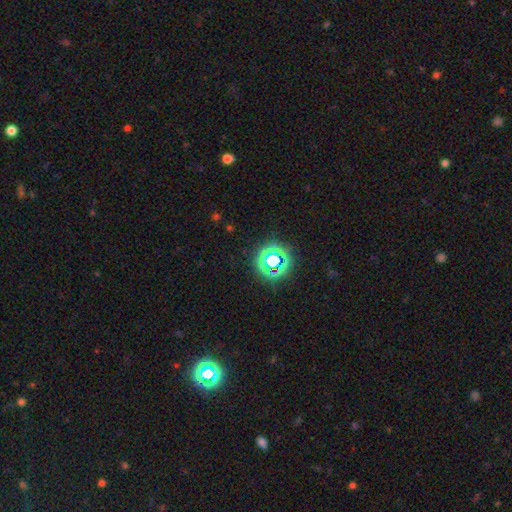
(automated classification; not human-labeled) Overall: star or artifact (74%).